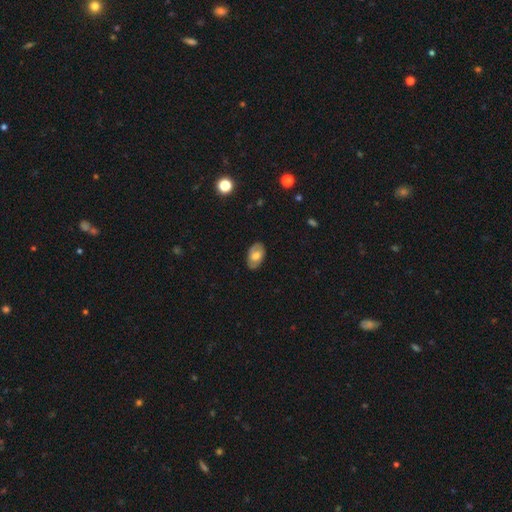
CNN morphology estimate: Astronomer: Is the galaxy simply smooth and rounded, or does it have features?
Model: smooth — 56% (runner-up: featured or disk, 36%).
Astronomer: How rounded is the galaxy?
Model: in between — 90%.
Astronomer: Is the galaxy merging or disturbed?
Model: none — 82%.